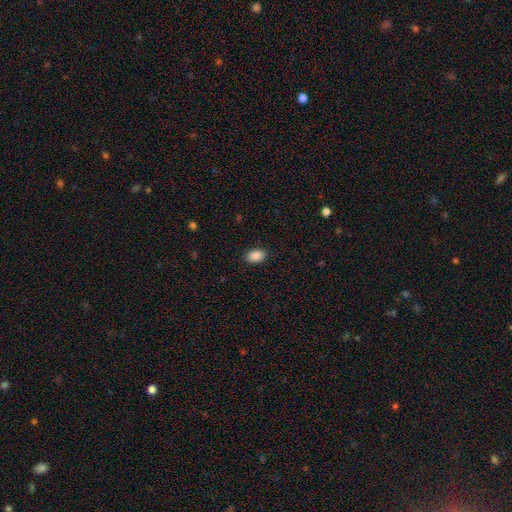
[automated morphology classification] Smooth or featured?
  - smooth: 89% *
  - star or artifact: 8%
  - featured or disk: 3%
How rounded?
  - in between: 87% *
  - round: 11%
  - cigar-shaped: 1%
Merging?
  - none: 88% *
  - minor disturbance: 8%
  - major disturbance: 2%
  - merger: 1%